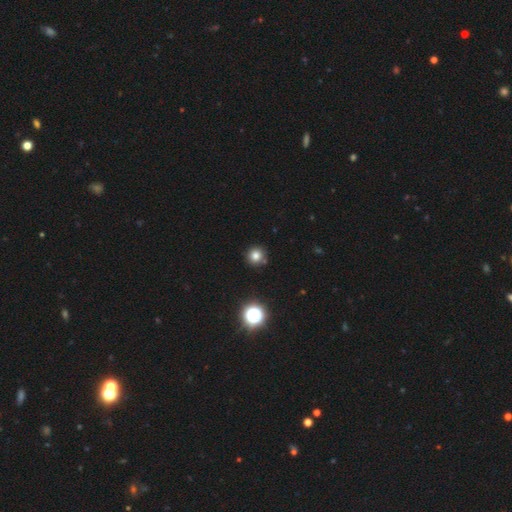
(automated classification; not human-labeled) Smooth or featured?
  - smooth: 77% *
  - star or artifact: 16%
  - featured or disk: 7%
How rounded?
  - round: 93% *
  - in between: 6%
  - cigar-shaped: 1%
Merging?
  - none: 85% *
  - minor disturbance: 8%
  - merger: 5%
  - major disturbance: 2%